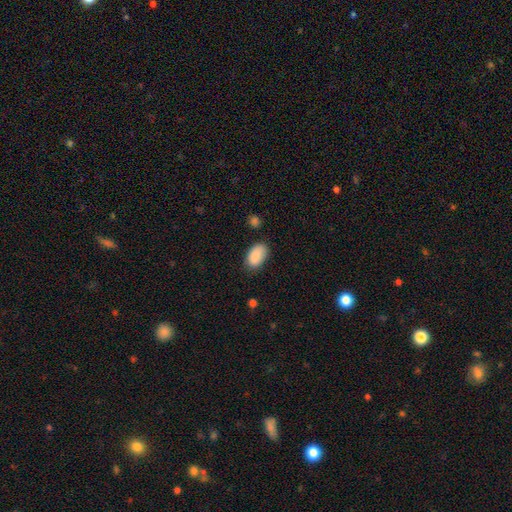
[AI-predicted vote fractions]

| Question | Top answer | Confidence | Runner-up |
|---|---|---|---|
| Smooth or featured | smooth | 89% | star or artifact (7%) |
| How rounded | in between | 94% | round (5%) |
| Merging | none | 75% | minor disturbance (19%) |